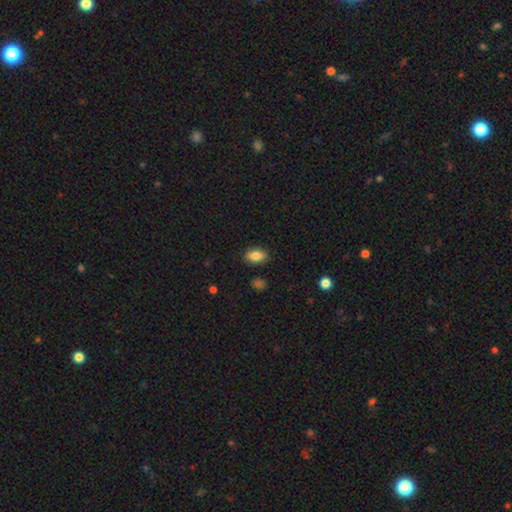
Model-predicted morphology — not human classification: smooth 85%, star or artifact 8%, featured or disk 7%. Down the decision tree: how rounded — in between (88%); merging — none (86%).